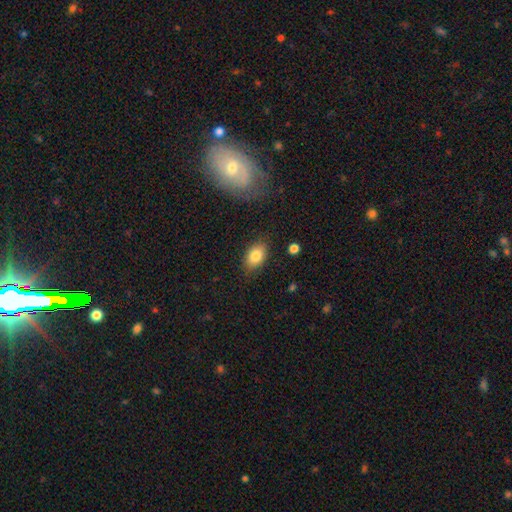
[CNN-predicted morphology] Smooth or featured? Predicted: smooth (p=0.83). How rounded? Predicted: in between (p=0.87). Merging? Predicted: none (p=0.83).